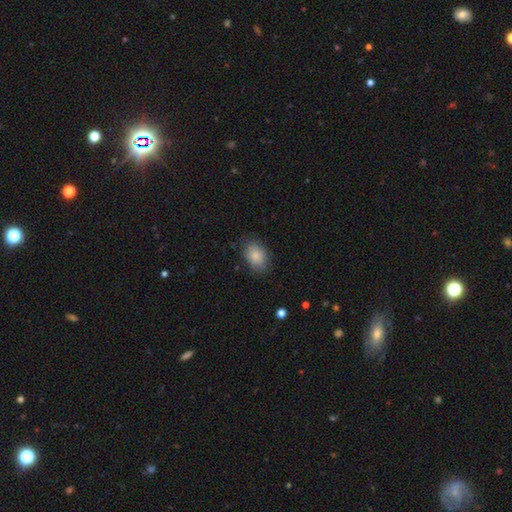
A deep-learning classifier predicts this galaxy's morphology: smooth_or_featured: smooth (p=0.83) [alt: featured or disk p=0.09]
how_rounded: in between (p=0.81) [alt: round p=0.18]
merging: none (p=0.80) [alt: minor disturbance p=0.15]